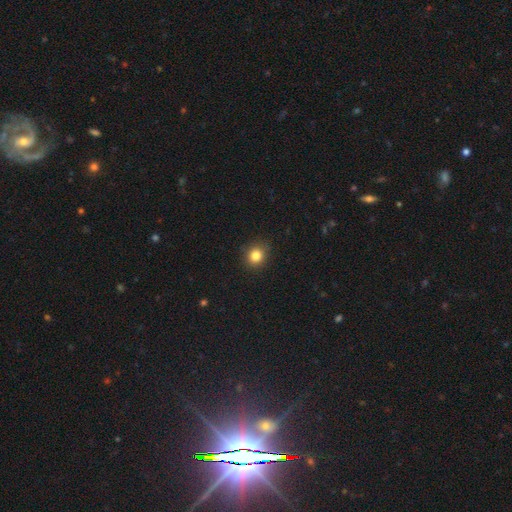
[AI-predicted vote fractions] The model was most divided on "how rounded": round: 81%, in between: 19%, cigar-shaped: 1%. More confident: merging — none (89%); smooth or featured — smooth (83%).